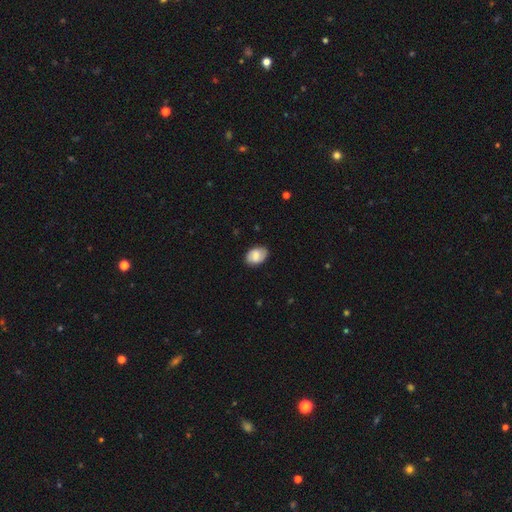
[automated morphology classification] type=smooth (64%); roundness=in between (85%); merging=none (84%).